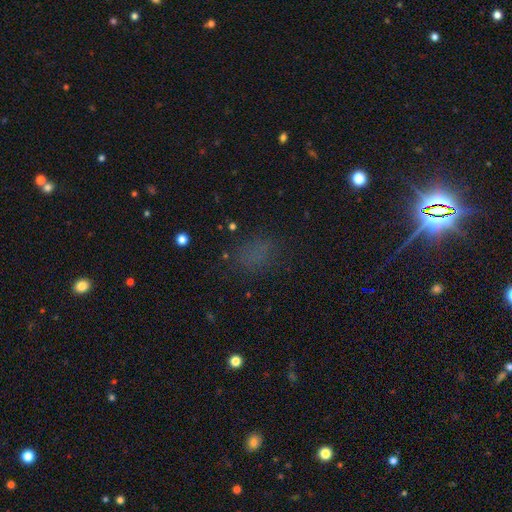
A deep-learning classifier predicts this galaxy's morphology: This appears to be a smooth galaxy with no disk features (61%) that is in between round and cigar-shaped (65%). Merging: none (72%).